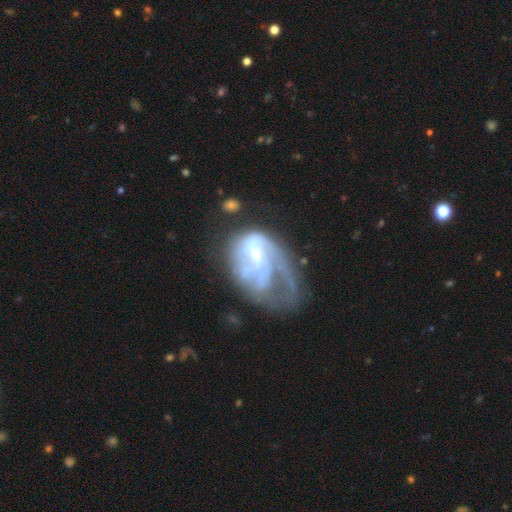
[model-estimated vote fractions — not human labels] featured or disk 74%, smooth 18%, star or artifact 8%. Down the decision tree: edge-on disk — no (98%); bar — no (56%); spiral arms — yes (71%); spiral arm count — can't tell (34%); spiral winding — medium (38%); bulge size — small (55%); merging — major disturbance (50%).